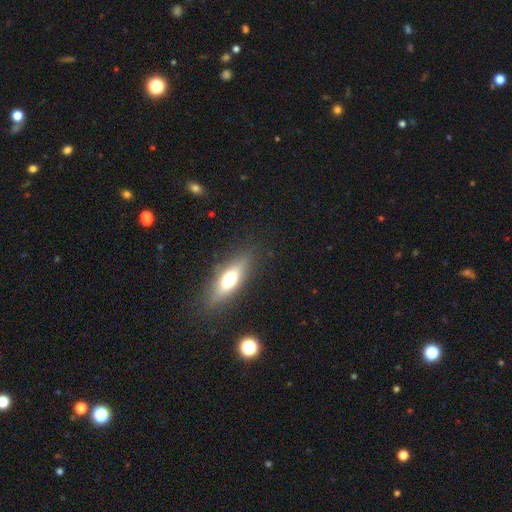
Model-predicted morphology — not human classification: smooth 49%, featured or disk 41%, star or artifact 10%. Down the decision tree: merging — none (87%).